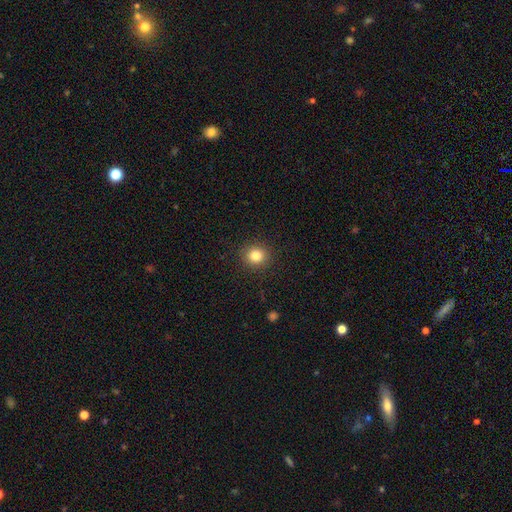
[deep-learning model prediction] Smooth or featured?
  - smooth: 82% *
  - star or artifact: 12%
  - featured or disk: 6%
How rounded?
  - round: 90% *
  - in between: 9%
  - cigar-shaped: 1%
Merging?
  - none: 91% *
  - minor disturbance: 6%
  - major disturbance: 2%
  - merger: 1%